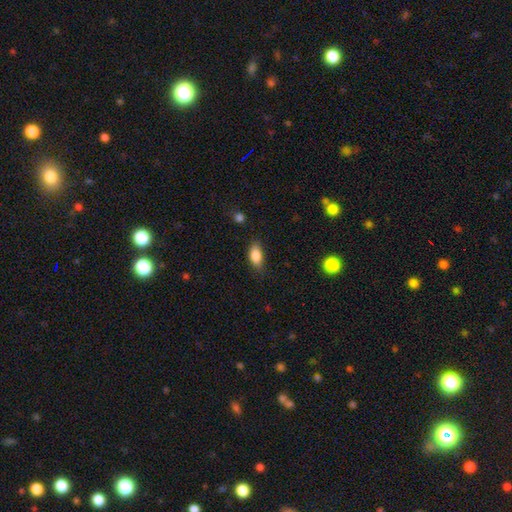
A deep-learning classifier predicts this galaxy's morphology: type=smooth (85%); roundness=in between (88%); merging=none (73%).